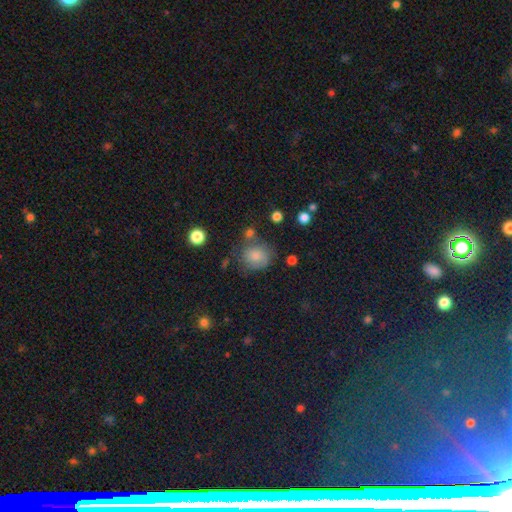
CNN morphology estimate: Overall: smooth (78%). How rounded: round (75%). Merging: none (60%; minor disturbance 22%).